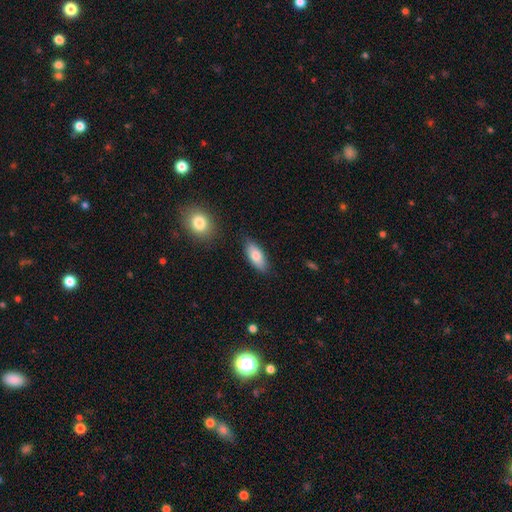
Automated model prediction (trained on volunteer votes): Morphology: type=smooth (79%); roundness=in between (81%); merging=none (82%).